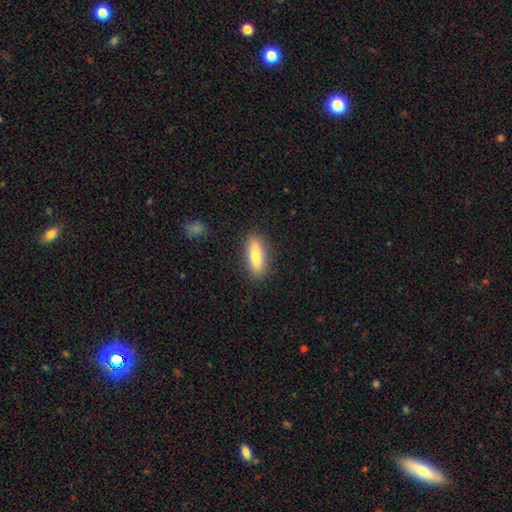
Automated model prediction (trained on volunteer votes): This is likely a smooth galaxy (77%). How rounded: possibly in between (57%). Merging: clearly none (88%).